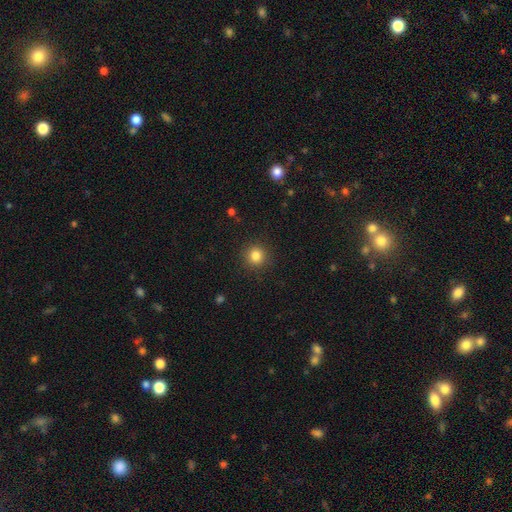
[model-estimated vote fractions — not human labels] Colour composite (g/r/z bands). It shows a smooth galaxy with no disk features (83%) that is round (92%). Merging: none (90%).